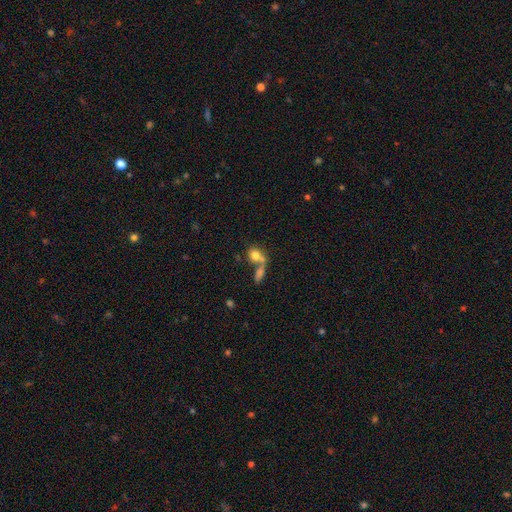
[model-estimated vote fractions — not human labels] A smooth galaxy with no disk features (76%) that is round (58%). Merging: merger (53%).